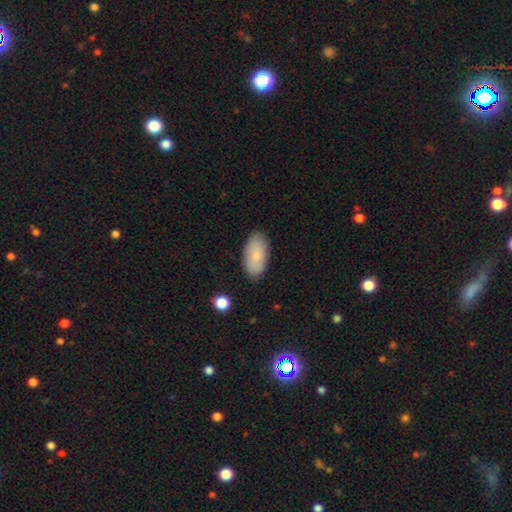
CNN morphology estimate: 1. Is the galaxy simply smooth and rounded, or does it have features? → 81% smooth, 13% featured or disk, 6% star or artifact.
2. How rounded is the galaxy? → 94% in between, 3% cigar-shaped, 2% round.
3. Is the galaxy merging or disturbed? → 85% none, 11% minor disturbance, 2% major disturbance, 1% merger.